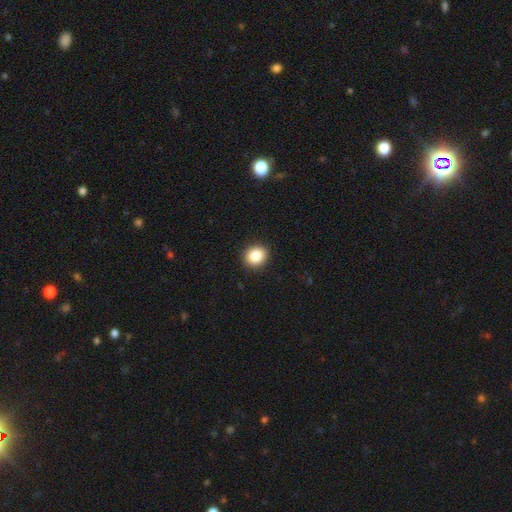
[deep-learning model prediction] smooth 86%, star or artifact 9%, featured or disk 5%. Down the decision tree: how rounded — round (74%); merging — none (92%).